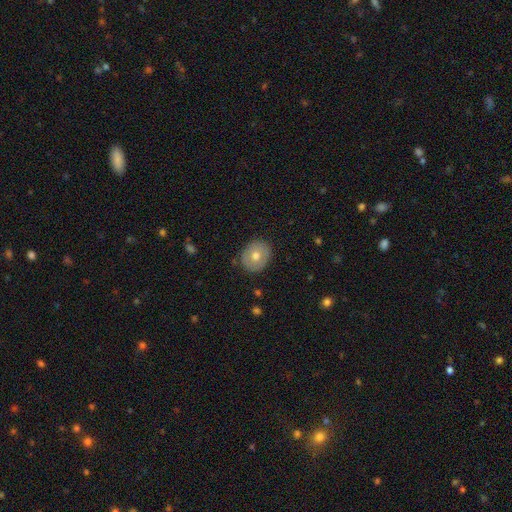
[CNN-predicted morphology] A smooth galaxy with no disk features (64%) that is round (71%).

Vote fractions:
- Smooth or featured? smooth: 64% / featured or disk: 28% / star or artifact: 8%
- How rounded? round: 71% / in between: 28% / cigar-shaped: 1%
- Merging? none: 87% / minor disturbance: 9% / major disturbance: 2% / merger: 1%